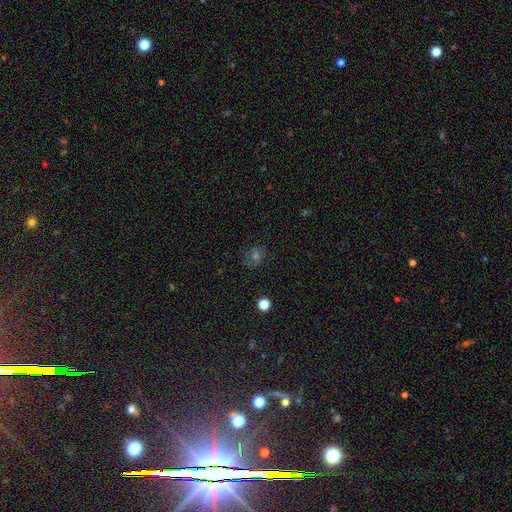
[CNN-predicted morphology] smooth 48%, star or artifact 30%, featured or disk 23%. Down the decision tree: merging — none (78%).